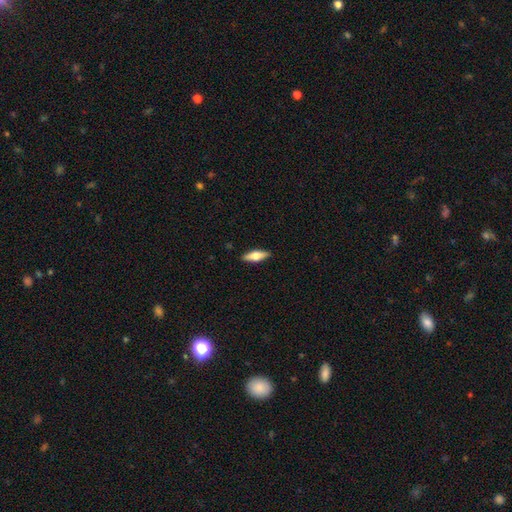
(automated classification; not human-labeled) Smooth or featured: smooth — 55% (featured or disk — 39%)
How rounded: in between — 51% (cigar-shaped — 46%)
Merging: none — 89% (minor disturbance — 8%)